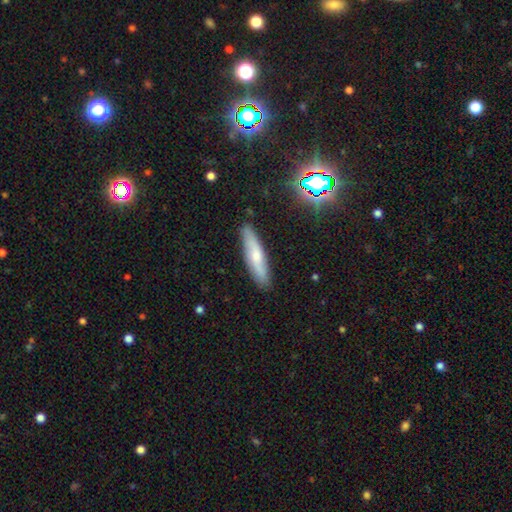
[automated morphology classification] The model was most divided on "smooth or featured": smooth: 53%, featured or disk: 38%, star or artifact: 9%. More confident: merging — none (86%); how rounded — cigar-shaped (80%).